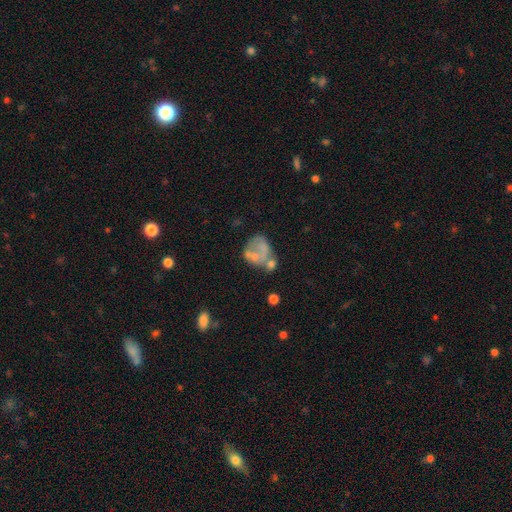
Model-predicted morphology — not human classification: This is possibly a featured or disk galaxy (45%). Merging: marginally none (31%).